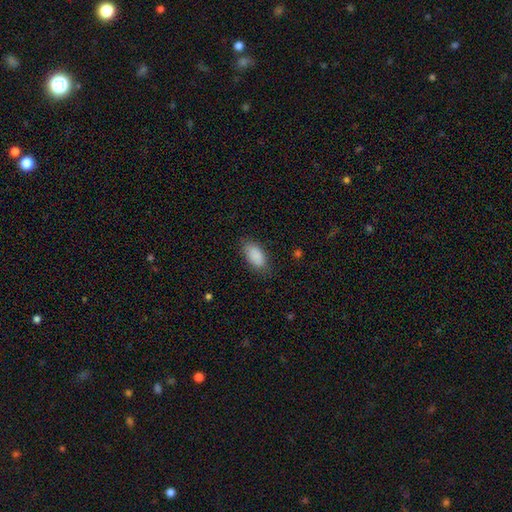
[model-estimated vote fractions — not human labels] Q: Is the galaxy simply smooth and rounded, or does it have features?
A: smooth — 89%.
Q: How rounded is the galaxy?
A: in between — 92%.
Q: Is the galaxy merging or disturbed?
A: none — 80%.